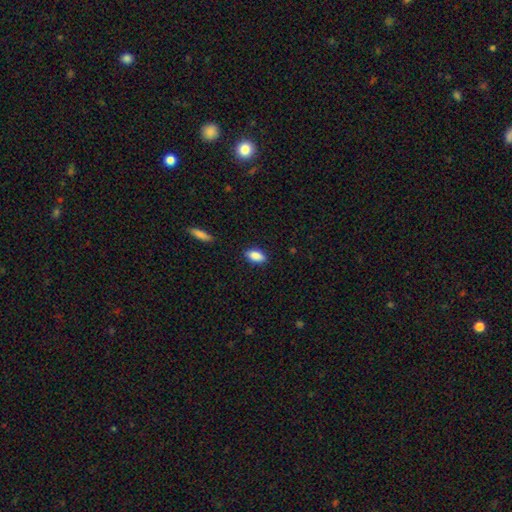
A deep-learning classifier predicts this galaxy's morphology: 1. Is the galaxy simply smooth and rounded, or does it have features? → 87% smooth, 7% star or artifact, 6% featured or disk.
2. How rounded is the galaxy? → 89% in between, 8% cigar-shaped, 4% round.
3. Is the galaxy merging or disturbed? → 87% none, 10% minor disturbance, 2% major disturbance, 1% merger.